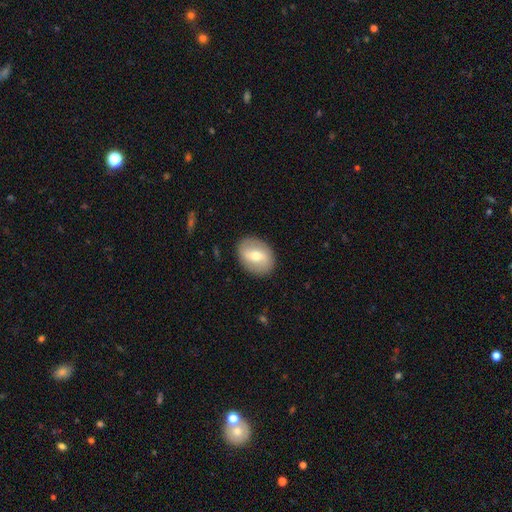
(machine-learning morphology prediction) A smooth galaxy with no disk features (50%). Merging: none (87%).